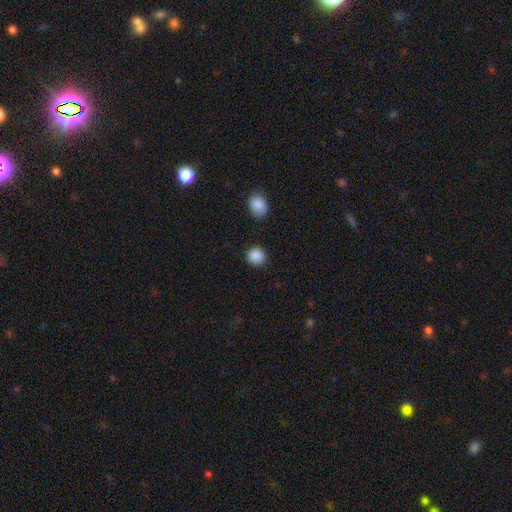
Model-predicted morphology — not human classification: This is clearly a smooth galaxy (89%). How rounded: clearly round (89%). Merging: clearly none (88%).